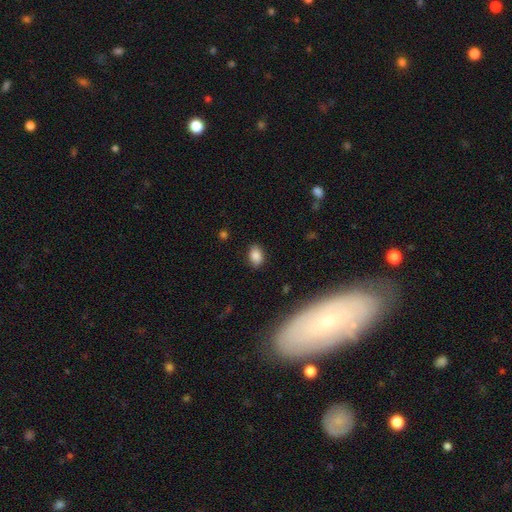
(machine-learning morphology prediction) This is clearly a smooth galaxy (85%). How rounded: clearly in between (85%). Merging: clearly none (85%).